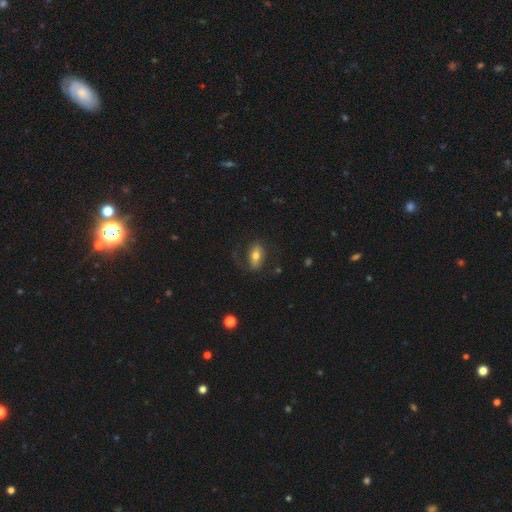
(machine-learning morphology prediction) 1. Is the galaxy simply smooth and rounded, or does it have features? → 56% smooth, 36% featured or disk, 8% star or artifact.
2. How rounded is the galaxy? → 84% in between, 10% cigar-shaped, 6% round.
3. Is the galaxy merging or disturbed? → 68% none, 17% minor disturbance, 14% major disturbance, 2% merger.